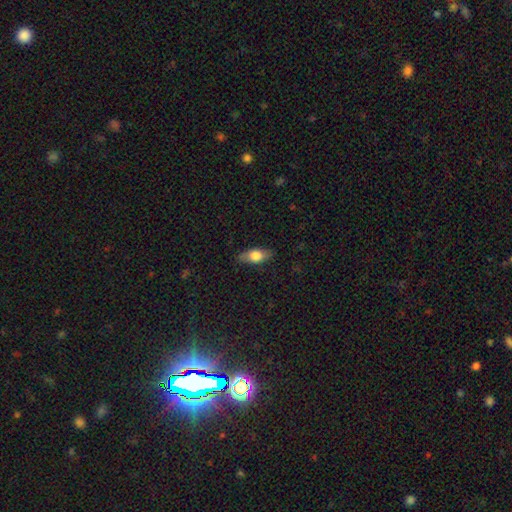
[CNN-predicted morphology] Smooth or featured? smooth (70%)
How rounded? in between (79%)
Merging? none (83%)